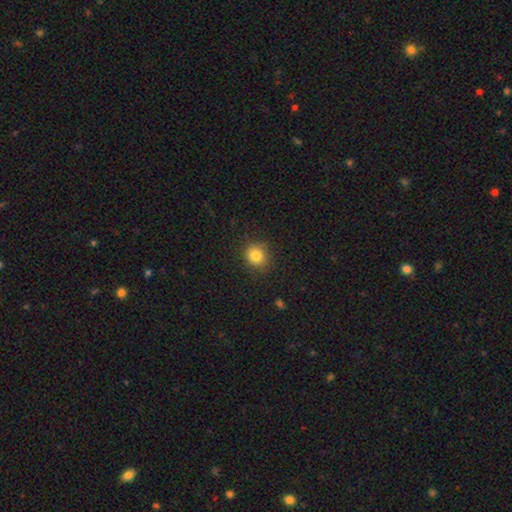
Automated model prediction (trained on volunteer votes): Smooth or featured?
  - smooth: 83% *
  - star or artifact: 11%
  - featured or disk: 6%
How rounded?
  - round: 83% *
  - in between: 16%
  - cigar-shaped: 1%
Merging?
  - none: 85% *
  - minor disturbance: 11%
  - major disturbance: 3%
  - merger: 1%